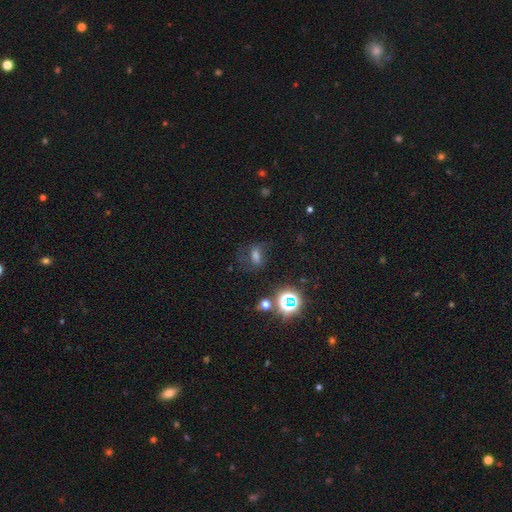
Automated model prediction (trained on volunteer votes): This appears to be a smooth galaxy with no disk features (52%) that is in between round and cigar-shaped (72%). Merging: none (56%).